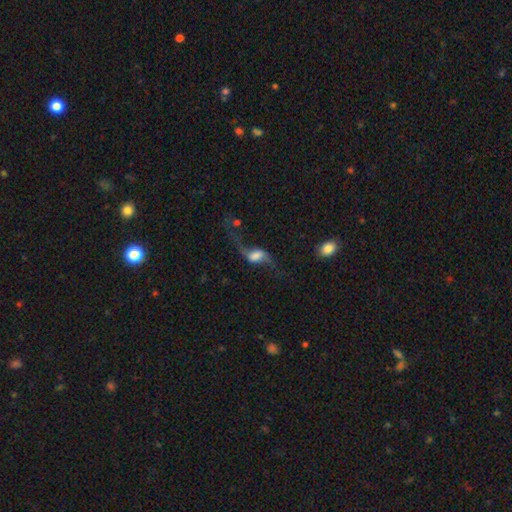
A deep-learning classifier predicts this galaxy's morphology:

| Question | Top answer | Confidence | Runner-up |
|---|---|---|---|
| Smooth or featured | featured or disk | 65% | smooth (26%) |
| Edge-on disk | no | 91% | yes (9%) |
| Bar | weak | 43% | no (32%) |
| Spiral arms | yes | 85% | no (15%) |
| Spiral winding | loose | 94% | medium (5%) |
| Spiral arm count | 2 | 89% | 1 (6%) |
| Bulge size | large | 32% | moderate (24%) |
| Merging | none | 39% | major disturbance (36%) |